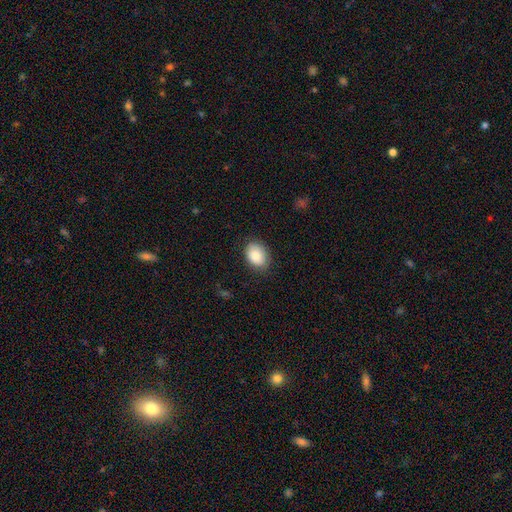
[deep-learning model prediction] smooth_or_featured: smooth (p=0.86) [alt: featured or disk p=0.07]
how_rounded: in between (p=0.77) [alt: round p=0.22]
merging: none (p=0.82) [alt: minor disturbance p=0.14]